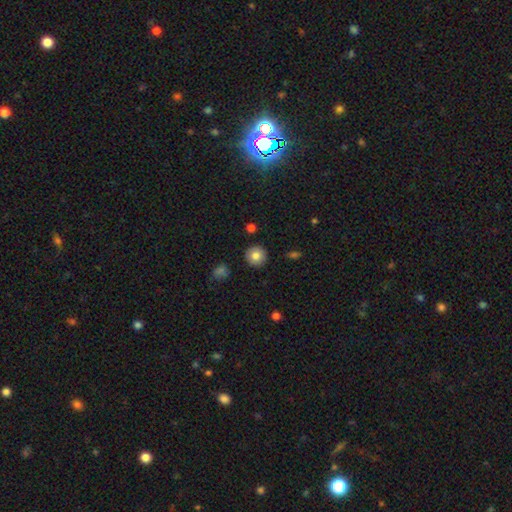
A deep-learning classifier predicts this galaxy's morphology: smooth-or-featured: smooth: 82% | featured or disk: 9% | star or artifact: 9%
  how-rounded: round: 94% | in between: 5% | cigar-shaped: 1%
  merging: none: 91% | minor disturbance: 6% | major disturbance: 2% | merger: 2%